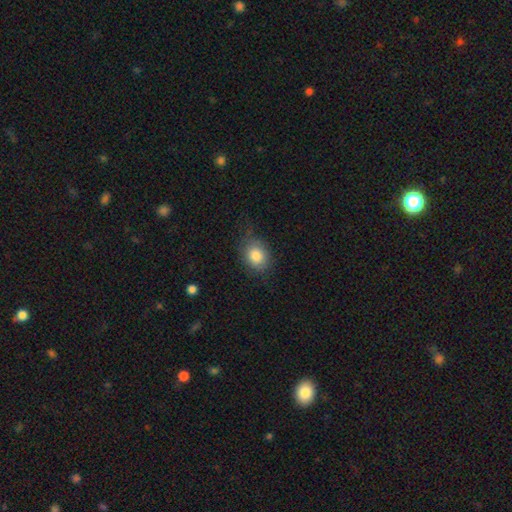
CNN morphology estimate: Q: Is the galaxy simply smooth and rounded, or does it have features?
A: smooth — 82%.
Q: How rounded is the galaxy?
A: round — 51%.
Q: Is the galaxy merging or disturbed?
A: none — 70%.